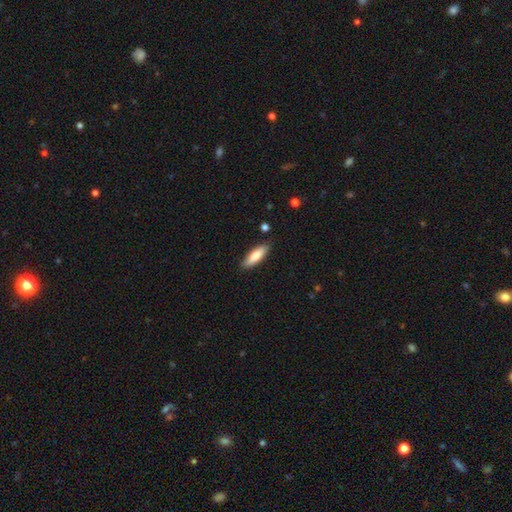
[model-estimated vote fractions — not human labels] Morphology: type=smooth (80%); roundness=cigar-shaped (51%); merging=none (87%).